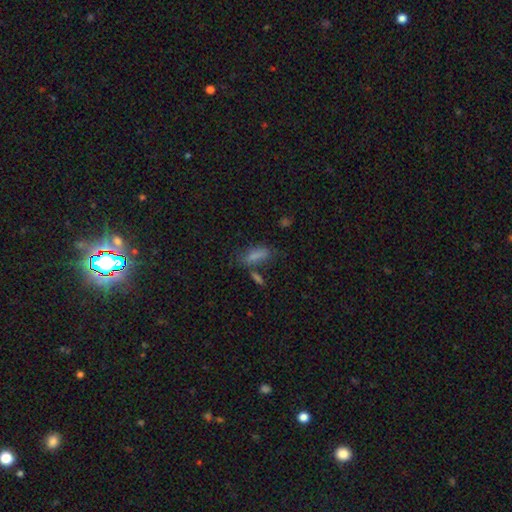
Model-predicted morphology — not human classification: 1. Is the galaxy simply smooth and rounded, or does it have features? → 77% smooth, 12% featured or disk, 11% star or artifact.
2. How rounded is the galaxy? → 66% in between, 30% cigar-shaped, 4% round.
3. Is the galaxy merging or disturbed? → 53% none, 21% minor disturbance, 15% merger, 11% major disturbance.